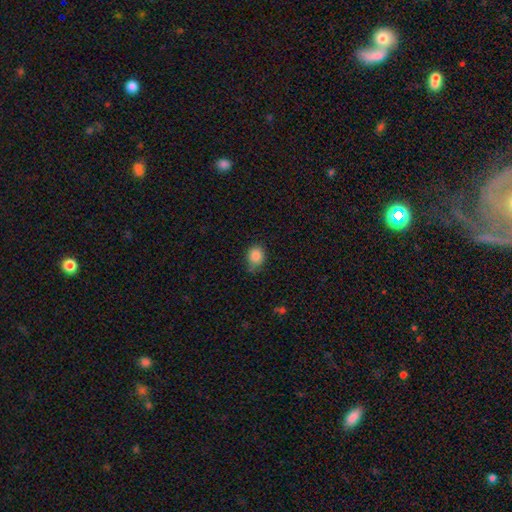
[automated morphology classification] The model was most divided on "how rounded": round: 65%, in between: 34%, cigar-shaped: 1%. More confident: smooth or featured — smooth (85%); merging — none (64%).